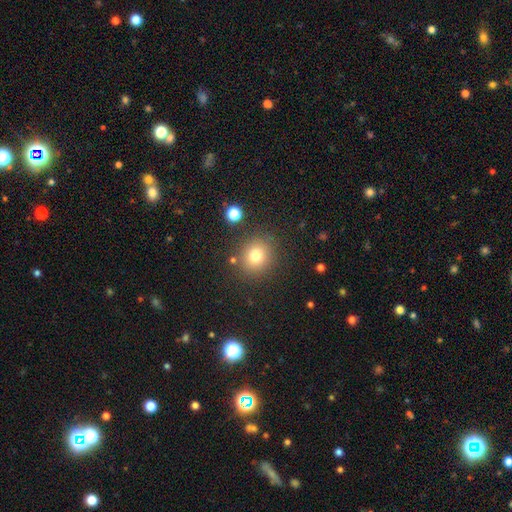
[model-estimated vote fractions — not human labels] smooth 76%, star or artifact 15%, featured or disk 9%. Down the decision tree: how rounded — round (85%); merging — none (85%).